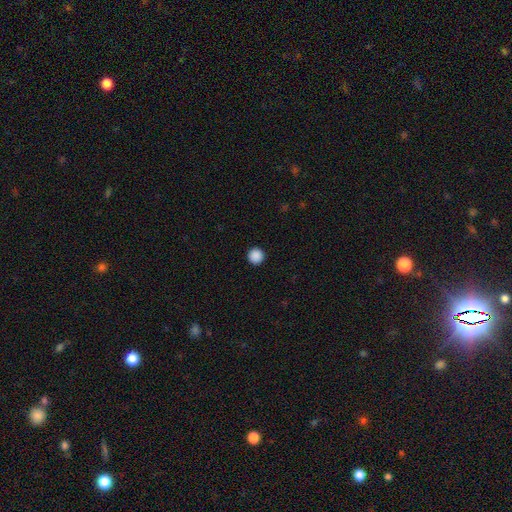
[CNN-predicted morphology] Smooth or featured? Predicted: smooth (p=0.89). How rounded? Predicted: round (p=0.96). Merging? Predicted: none (p=0.94).